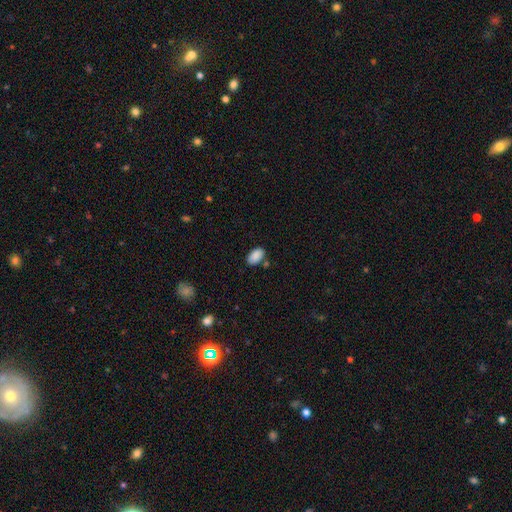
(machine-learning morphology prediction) Overall: smooth (89%). How rounded: in between (93%). Merging: none (75%).